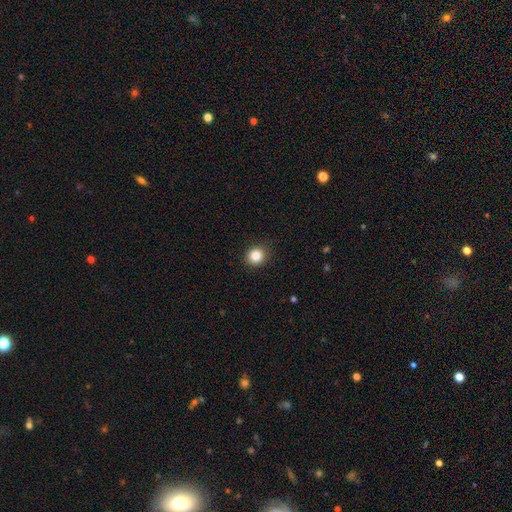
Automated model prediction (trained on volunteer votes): This is clearly a smooth galaxy (86%). How rounded: clearly round (88%). Merging: clearly none (88%).